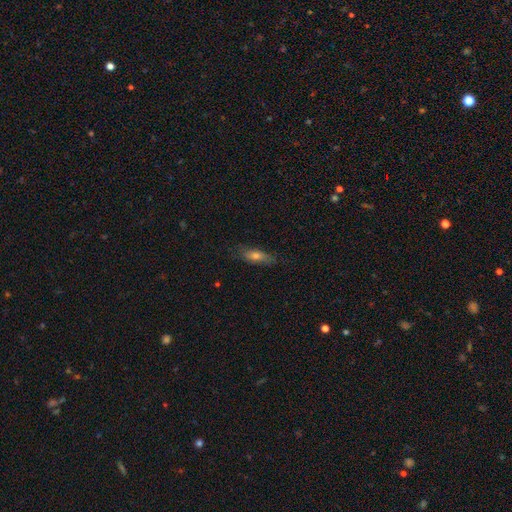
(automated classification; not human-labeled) This appears to be a smooth galaxy with no disk features (59%) that is cigar-shaped (52%). Merging: none (78%).